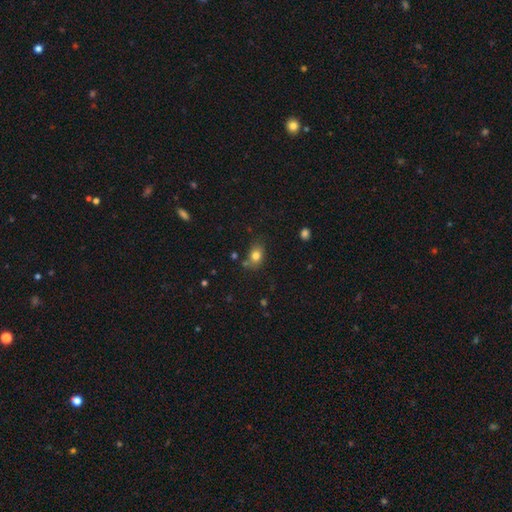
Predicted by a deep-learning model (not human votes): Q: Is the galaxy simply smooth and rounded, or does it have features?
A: smooth — 80%.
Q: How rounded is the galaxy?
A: in between — 66%.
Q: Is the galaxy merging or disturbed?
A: none — 70%.